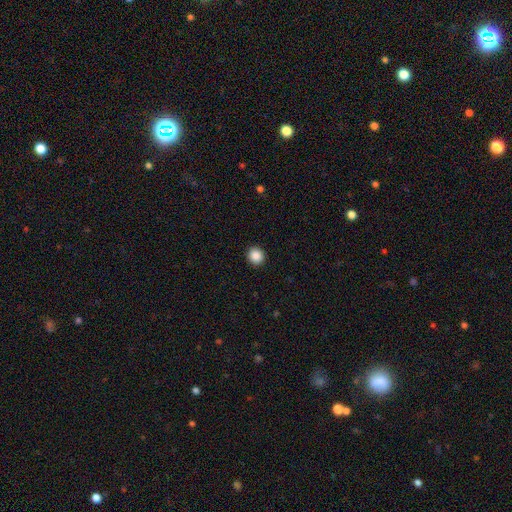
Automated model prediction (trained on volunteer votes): Smooth or featured? smooth (88%)
How rounded? round (90%)
Merging? none (93%)